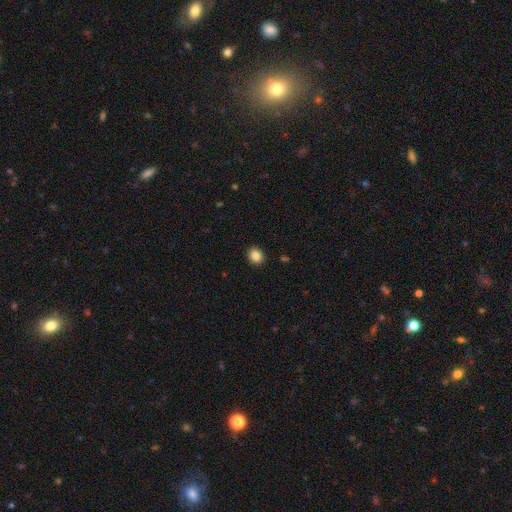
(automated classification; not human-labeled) smooth 86%, star or artifact 10%, featured or disk 4%. Down the decision tree: how rounded — round (80%); merging — none (92%).